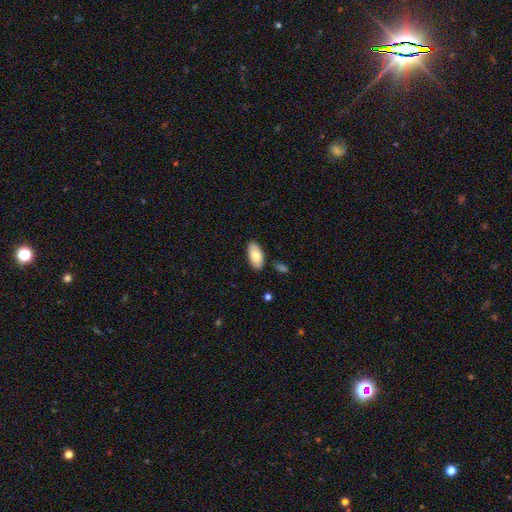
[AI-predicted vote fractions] A smooth galaxy with no disk features (81%) that is in between round and cigar-shaped (93%). Merging: none (86%).